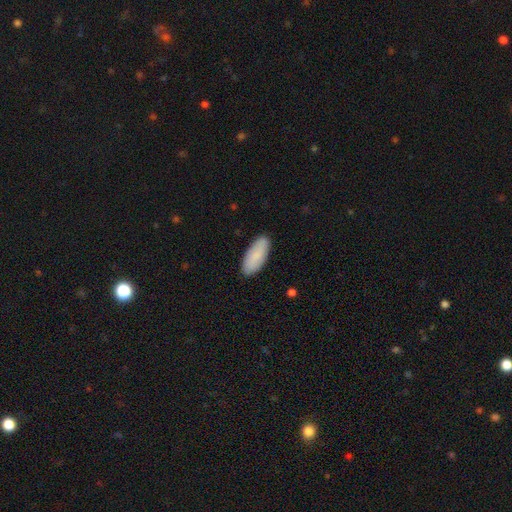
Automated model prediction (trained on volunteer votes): Smooth or featured? Predicted: smooth (p=0.85). How rounded? Predicted: in between (p=0.85). Merging? Predicted: none (p=0.88).